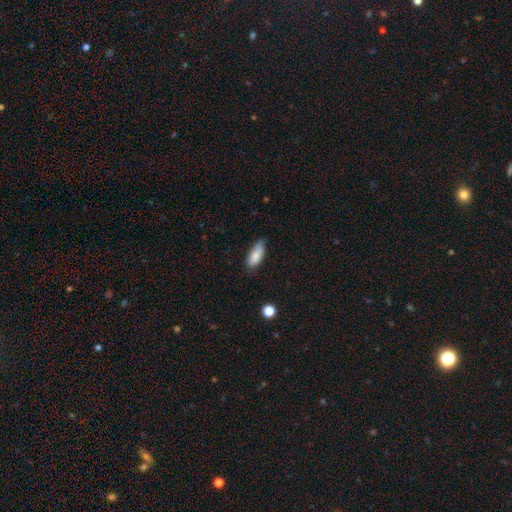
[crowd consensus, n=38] Morphology: type=smooth (87%); roundness=in between (94%); merging=none (57%).